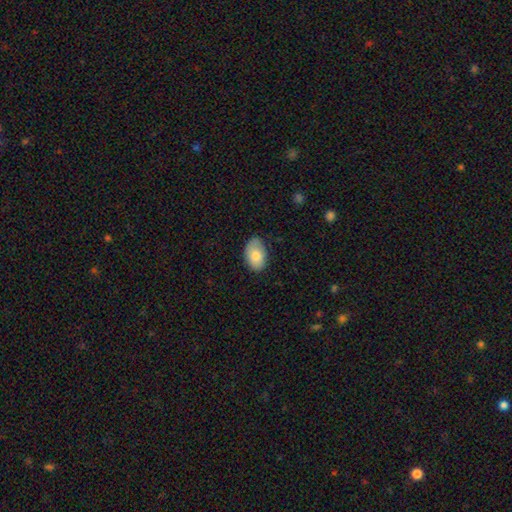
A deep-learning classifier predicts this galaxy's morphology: Smooth or featured? smooth (80%)
How rounded? in between (89%)
Merging? none (76%)